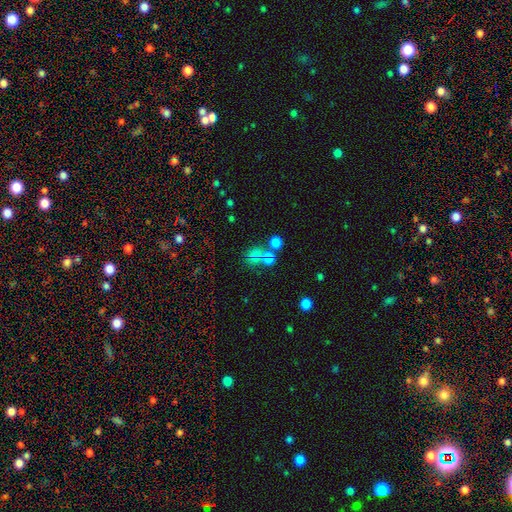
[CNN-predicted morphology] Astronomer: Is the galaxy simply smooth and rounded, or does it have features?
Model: smooth — 60%.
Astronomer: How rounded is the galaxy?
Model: round — 78%.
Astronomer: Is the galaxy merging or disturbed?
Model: none — 49% (runner-up: merger, 37%).